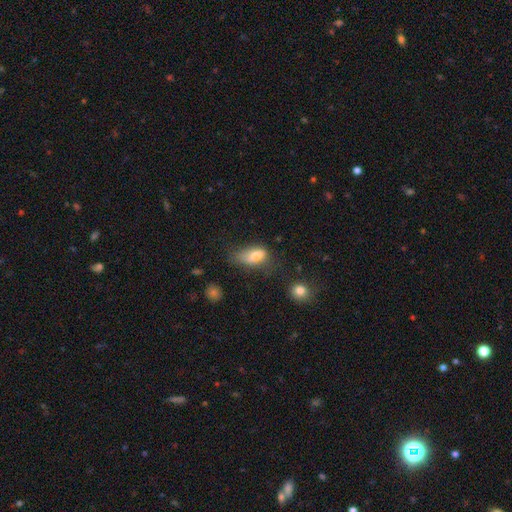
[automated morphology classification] Smooth or featured? Predicted: smooth (p=0.72). How rounded? Predicted: in between (p=0.83). Merging? Predicted: minor disturbance (p=0.34).